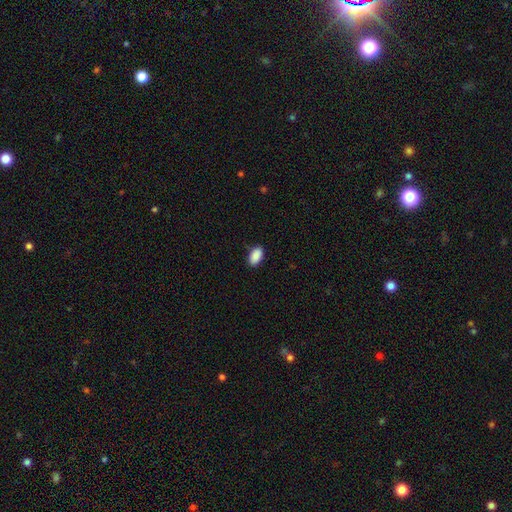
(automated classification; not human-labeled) Q: Smooth or featured?
A: smooth (90%); runner-up: star or artifact (7%)
Q: How rounded?
A: in between (94%); runner-up: round (5%)
Q: Merging?
A: none (84%); runner-up: minor disturbance (12%)